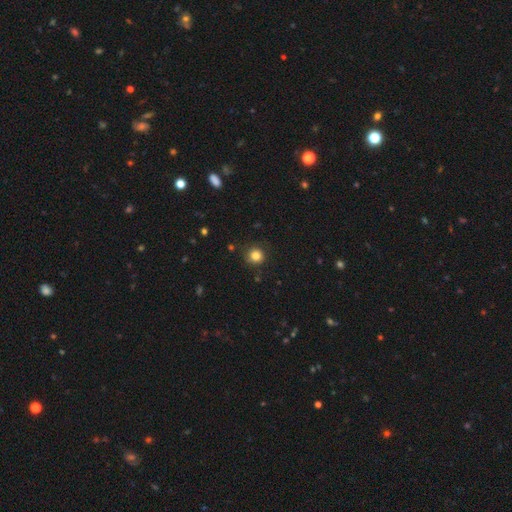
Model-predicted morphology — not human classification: Q: Smooth or featured?
A: smooth (82%); runner-up: star or artifact (12%)
Q: How rounded?
A: round (92%); runner-up: in between (7%)
Q: Merging?
A: none (87%); runner-up: minor disturbance (9%)